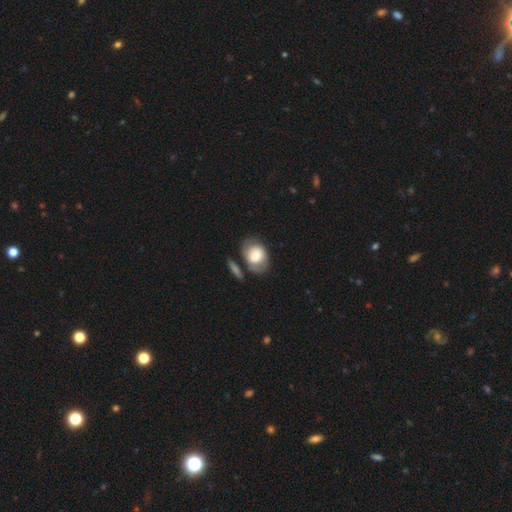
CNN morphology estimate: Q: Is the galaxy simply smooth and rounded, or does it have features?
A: smooth — 65%.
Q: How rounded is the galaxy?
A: in between — 74%.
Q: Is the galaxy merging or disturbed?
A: none — 54%.